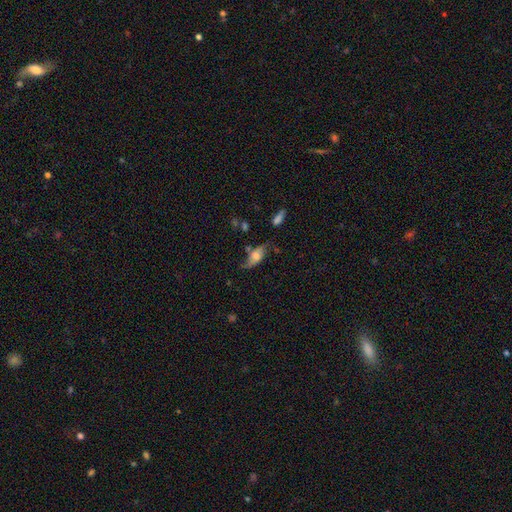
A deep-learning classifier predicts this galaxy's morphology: Q: Smooth or featured?
A: featured or disk (47%); runner-up: smooth (44%)
Q: Merging?
A: none (50%); runner-up: minor disturbance (28%)